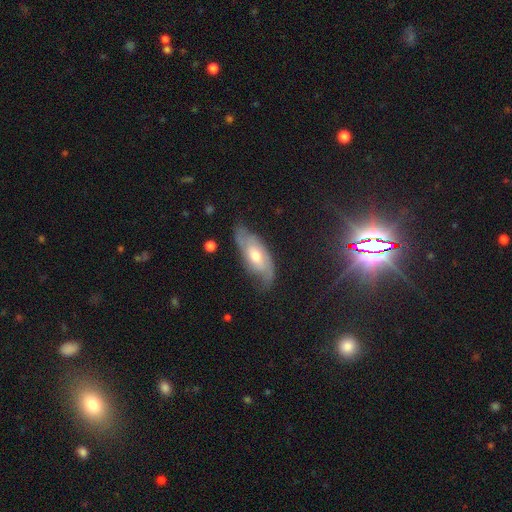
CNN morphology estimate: Smooth or featured? Predicted: featured or disk (p=0.64). Edge-on disk? Predicted: no (p=0.82). Bar? Predicted: no (p=0.64). Spiral arms? Predicted: yes (p=0.82). Bulge size? Predicted: moderate (p=0.71). Merging? Predicted: none (p=0.59).